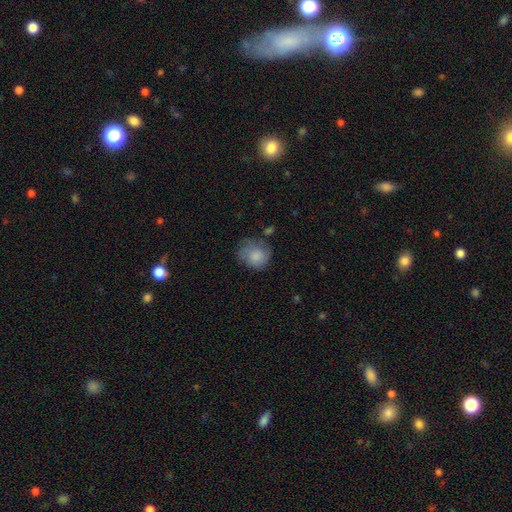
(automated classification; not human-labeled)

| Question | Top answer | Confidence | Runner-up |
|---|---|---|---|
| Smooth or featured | smooth | 76% | featured or disk (17%) |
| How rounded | round | 79% | in between (20%) |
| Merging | none | 57% | minor disturbance (28%) |